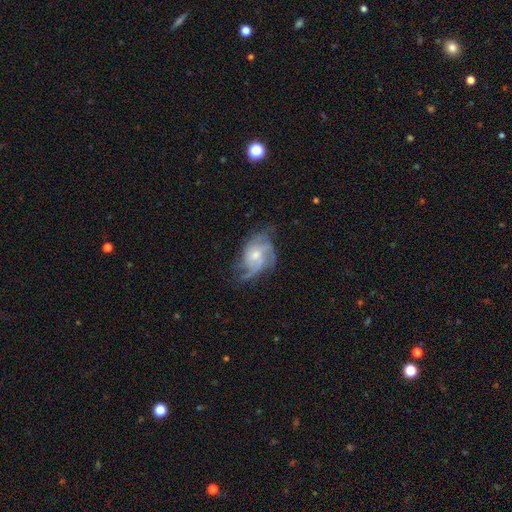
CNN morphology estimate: The model was most divided on "bulge size": moderate: 51%, small: 41%, large: 3%, none: 3%, dominant: 1%. Remaining: edge-on disk — no (97%); spiral arms — yes (93%); smooth or featured — featured or disk (82%); bar — no (65%); merging — none (58%); spiral winding — medium (47%); spiral arm count — 3 (34%).